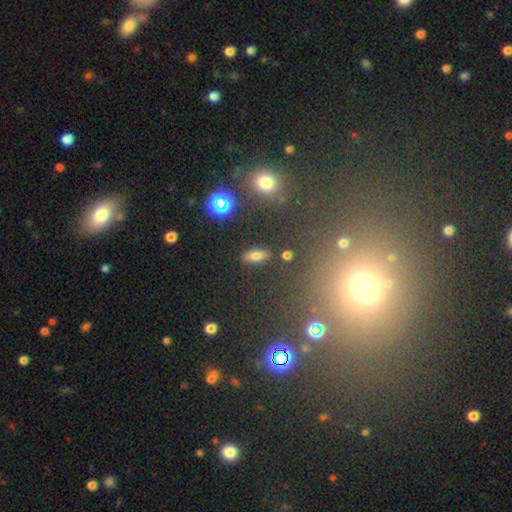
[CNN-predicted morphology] smooth-or-featured: smooth: 71% | star or artifact: 17% | featured or disk: 12%
  how-rounded: in between: 77% | cigar-shaped: 17% | round: 7%
  merging: none: 86% | minor disturbance: 8% | major disturbance: 3% | merger: 3%